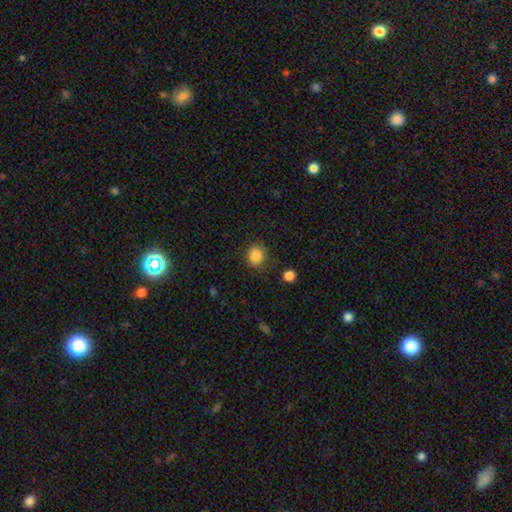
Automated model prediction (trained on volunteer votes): Overall: smooth (86%). How rounded: round (79%). Merging: none (84%).